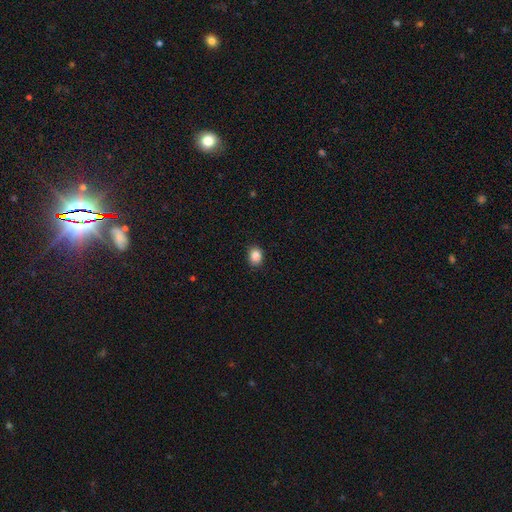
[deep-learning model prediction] This appears to be a smooth galaxy with no disk features (86%) that is round (53%). Merging: none (85%).